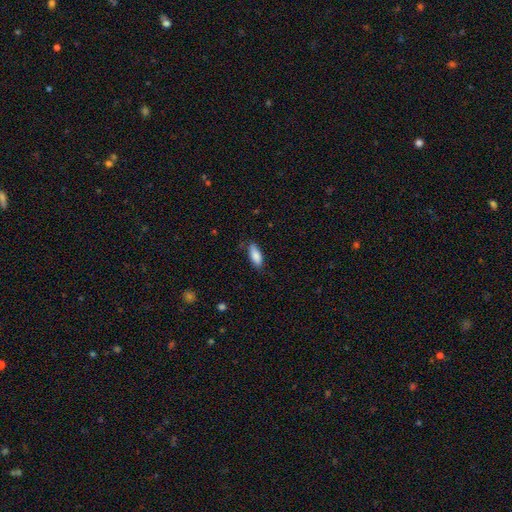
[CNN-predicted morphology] smooth 86%, featured or disk 8%, star or artifact 6%. Down the decision tree: how rounded — in between (73%); merging — none (76%).